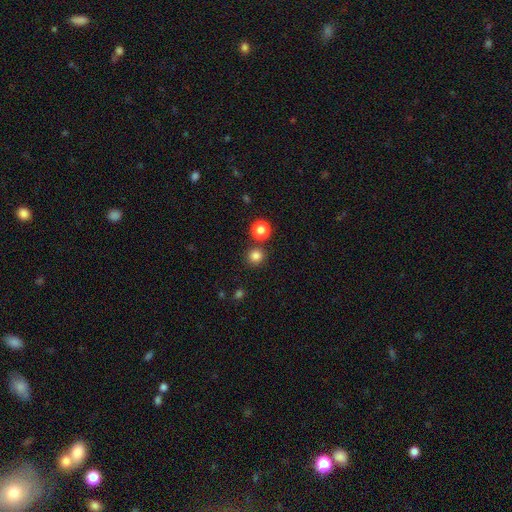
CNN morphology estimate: This is clearly a smooth galaxy (82%). How rounded: clearly round (93%). Merging: clearly none (83%).